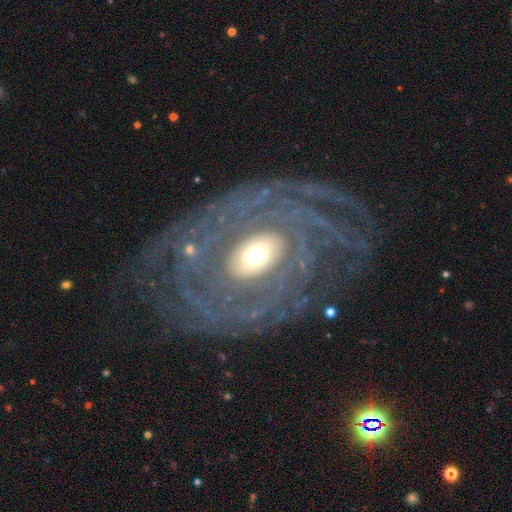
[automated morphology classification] Smooth or featured: featured or disk — 82% (smooth — 12%)
Edge-on disk: no — 95% (yes — 5%)
Bar: no — 80% (weak — 13%)
Spiral arms: yes — 85% (no — 15%)
Spiral winding: tight — 73% (medium — 17%)
Spiral arm count: can't tell — 37% (more than 4 — 18%)
Bulge size: moderate — 52% (large — 23%)
Merging: none — 76% (minor disturbance — 12%)